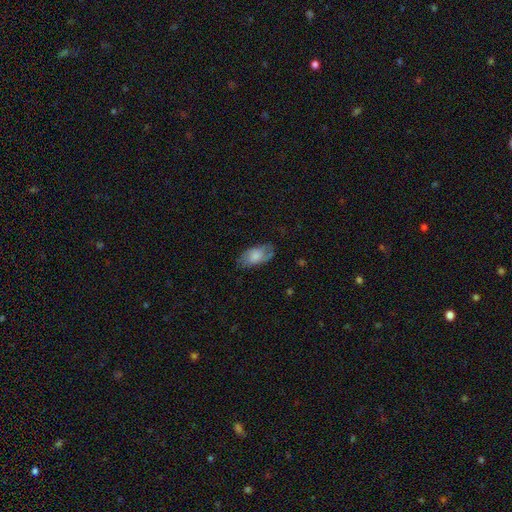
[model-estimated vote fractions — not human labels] smooth 57%, featured or disk 36%, star or artifact 7%. Down the decision tree: how rounded — in between (92%); merging — none (67%).